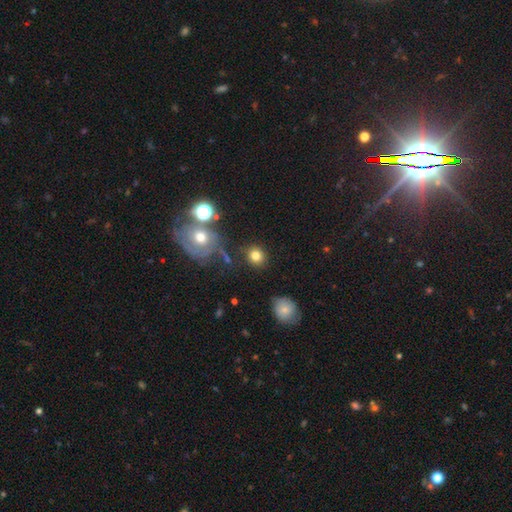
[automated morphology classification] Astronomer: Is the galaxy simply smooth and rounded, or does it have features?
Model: smooth — 80%.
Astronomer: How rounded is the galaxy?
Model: round — 82%.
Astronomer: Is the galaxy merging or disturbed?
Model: none — 83%.